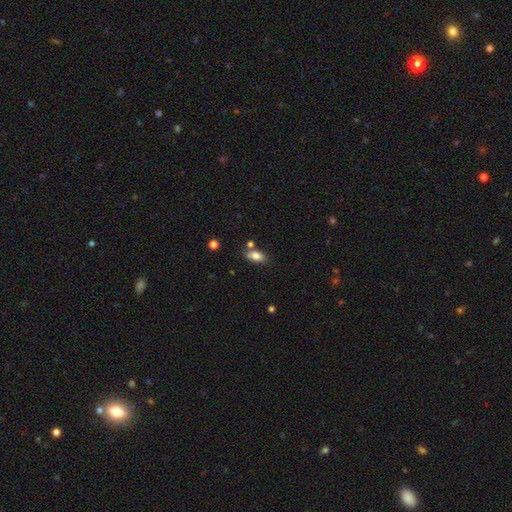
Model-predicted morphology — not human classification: Overall: smooth (82%). How rounded: in between (88%). Merging: none (64%).